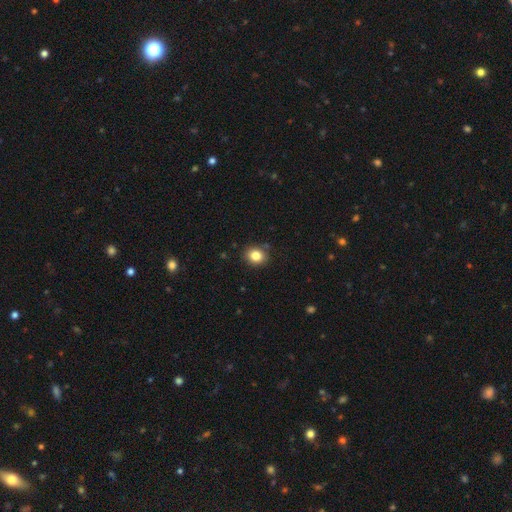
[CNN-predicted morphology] smooth 83%, star or artifact 11%, featured or disk 7%. Down the decision tree: how rounded — round (68%); merging — none (86%).